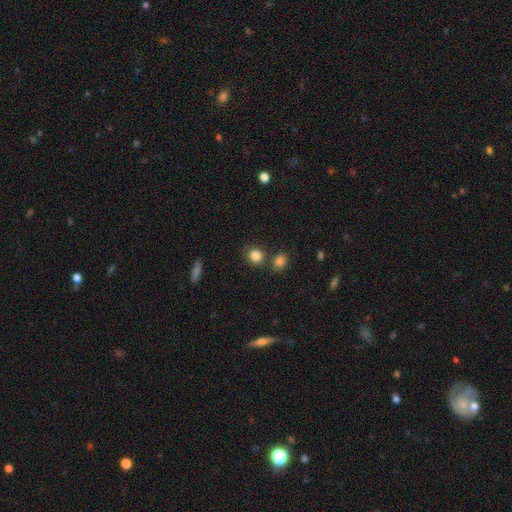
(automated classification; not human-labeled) Q: Smooth or featured?
A: smooth (84%); runner-up: star or artifact (11%)
Q: How rounded?
A: round (79%); runner-up: in between (20%)
Q: Merging?
A: none (69%); runner-up: merger (17%)